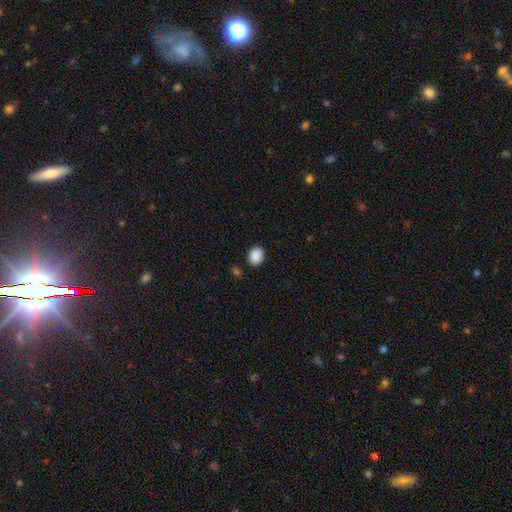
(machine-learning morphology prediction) Smooth or featured? Predicted: smooth (p=0.89). How rounded? Predicted: in between (p=0.61). Merging? Predicted: none (p=0.86).